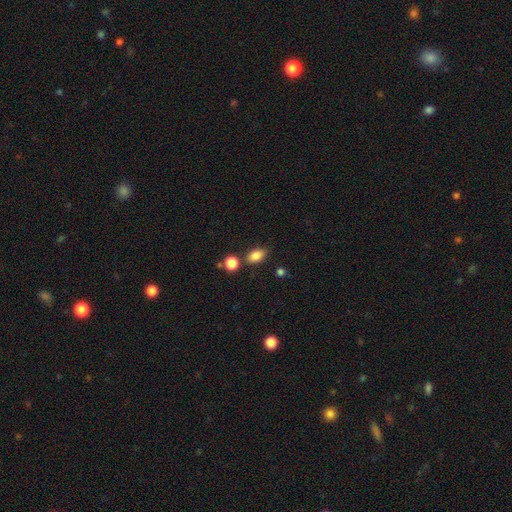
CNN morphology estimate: Smooth or featured? Predicted: smooth (p=0.84). How rounded? Predicted: in between (p=0.83). Merging? Predicted: none (p=0.73).